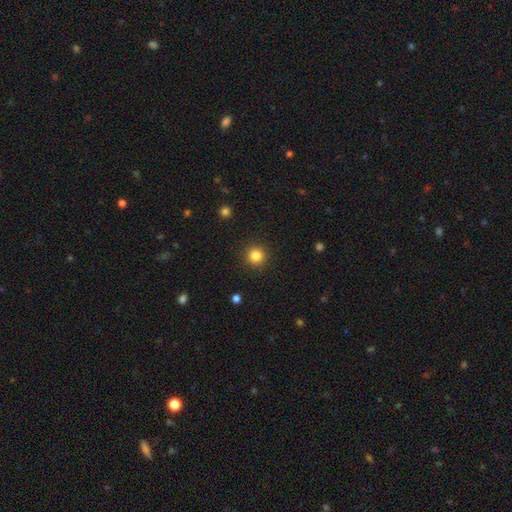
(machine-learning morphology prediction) Smooth or featured? smooth (84%)
How rounded? round (95%)
Merging? none (92%)